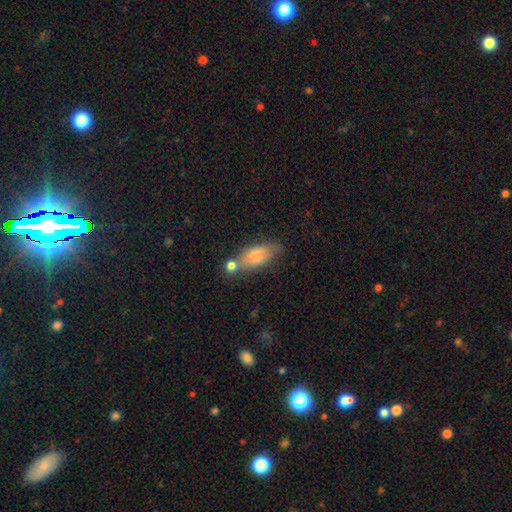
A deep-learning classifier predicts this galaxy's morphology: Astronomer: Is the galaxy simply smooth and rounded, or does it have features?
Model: smooth — 67%.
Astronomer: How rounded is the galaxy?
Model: in between — 71%.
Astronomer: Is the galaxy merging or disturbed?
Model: none — 51%.